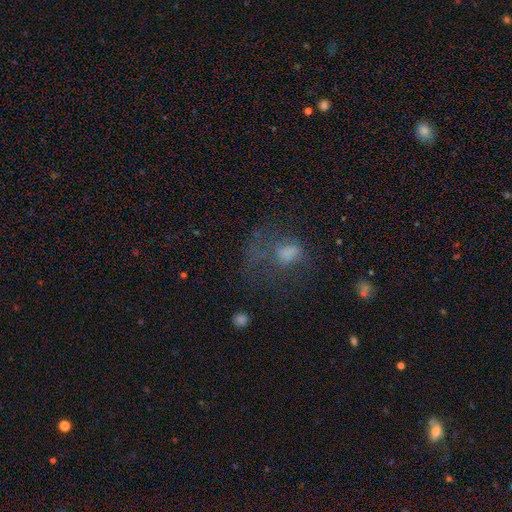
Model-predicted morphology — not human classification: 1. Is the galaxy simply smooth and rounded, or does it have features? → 42% smooth, 31% star or artifact, 27% featured or disk.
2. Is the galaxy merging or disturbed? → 40% major disturbance, 39% none, 17% minor disturbance, 4% merger.